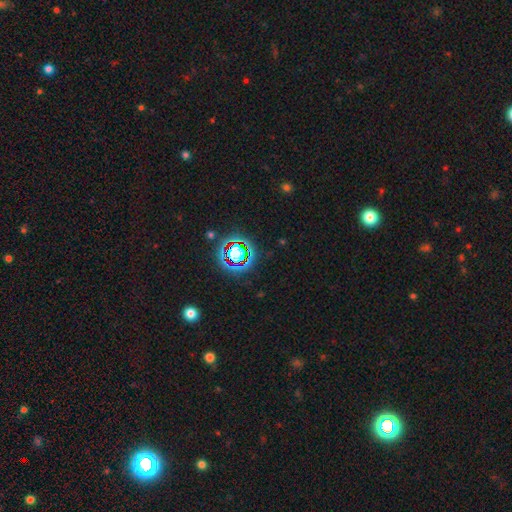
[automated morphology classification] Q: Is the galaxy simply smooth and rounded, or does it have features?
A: star or artifact — 77%.